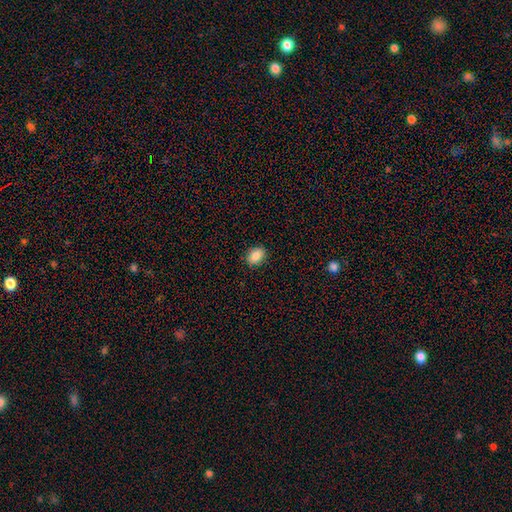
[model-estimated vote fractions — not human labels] This is clearly a smooth galaxy (85%). How rounded: likely in between (66%). Merging: clearly none (88%).